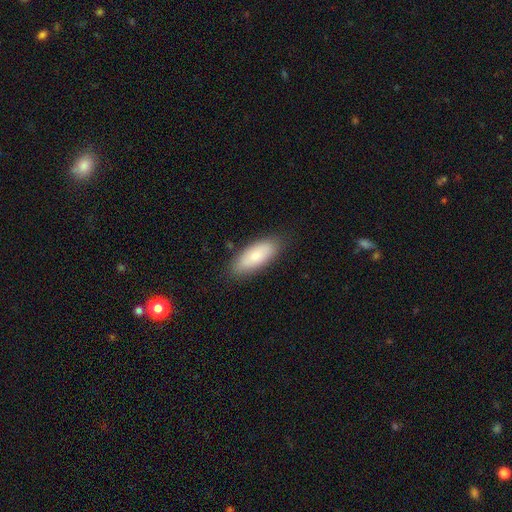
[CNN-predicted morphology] Q: Smooth or featured?
A: smooth (78%); runner-up: featured or disk (16%)
Q: How rounded?
A: in between (80%); runner-up: cigar-shaped (19%)
Q: Merging?
A: none (84%); runner-up: minor disturbance (12%)